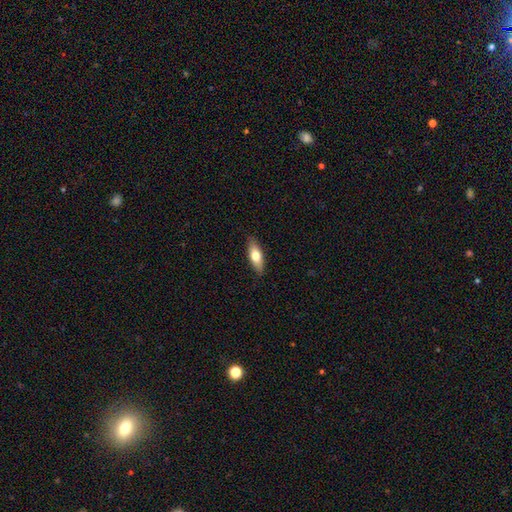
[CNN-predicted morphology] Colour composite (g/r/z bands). It shows a smooth galaxy with no disk features (68%) that is in between round and cigar-shaped (66%). Merging: none (88%).